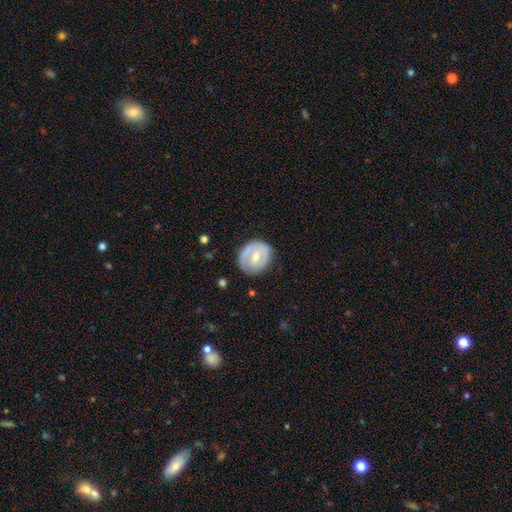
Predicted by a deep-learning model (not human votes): Smooth or featured? Predicted: featured or disk (p=0.48). Merging? Predicted: none (p=0.68).